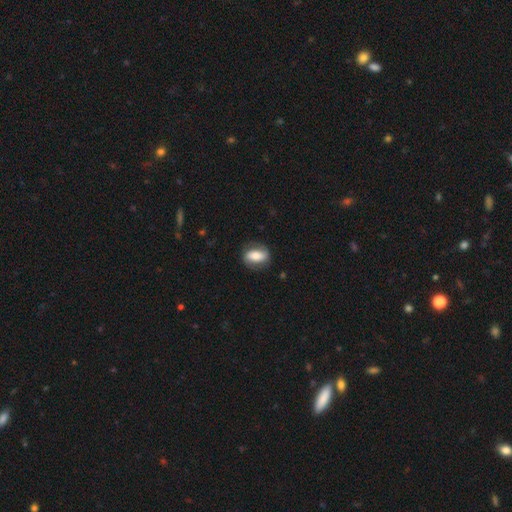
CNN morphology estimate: Smooth or featured? Predicted: smooth (p=0.52). How rounded? Predicted: in between (p=0.80). Merging? Predicted: none (p=0.77).